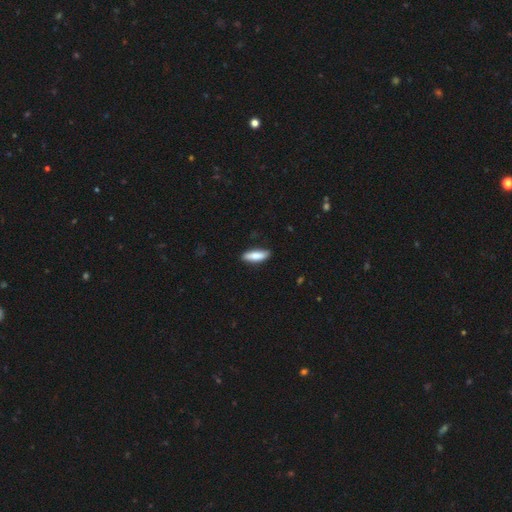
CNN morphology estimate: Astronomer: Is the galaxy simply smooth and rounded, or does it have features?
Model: smooth — 82%.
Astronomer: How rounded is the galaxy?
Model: cigar-shaped — 49%, tied with in between at 49%.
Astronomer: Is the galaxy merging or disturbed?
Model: none — 85%.